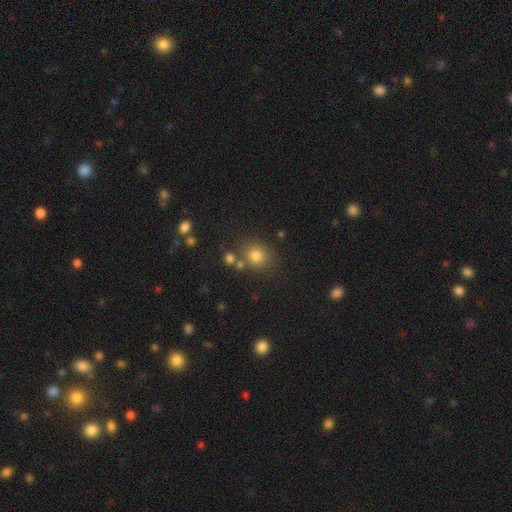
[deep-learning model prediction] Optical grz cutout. It shows a smooth galaxy with no disk features (78%) that is round (81%). Merging: none (72%).